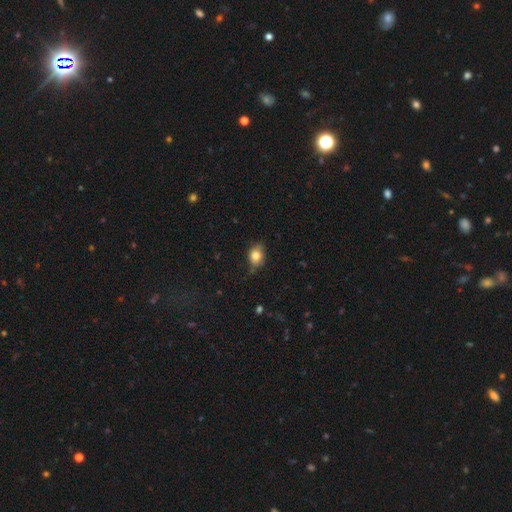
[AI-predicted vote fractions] Smooth or featured: smooth — 81% (featured or disk — 9%)
How rounded: in between — 61% (round — 37%)
Merging: none — 70% (minor disturbance — 24%)